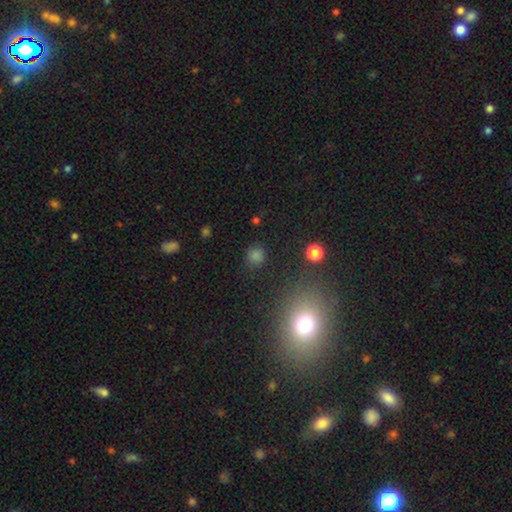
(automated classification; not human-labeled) A smooth galaxy with no disk features (68%) that is round (85%).

Vote fractions:
- Smooth or featured? smooth: 68% / star or artifact: 26% / featured or disk: 6%
- How rounded? round: 85% / in between: 14% / cigar-shaped: 1%
- Merging? none: 83% / minor disturbance: 10% / major disturbance: 4% / merger: 3%